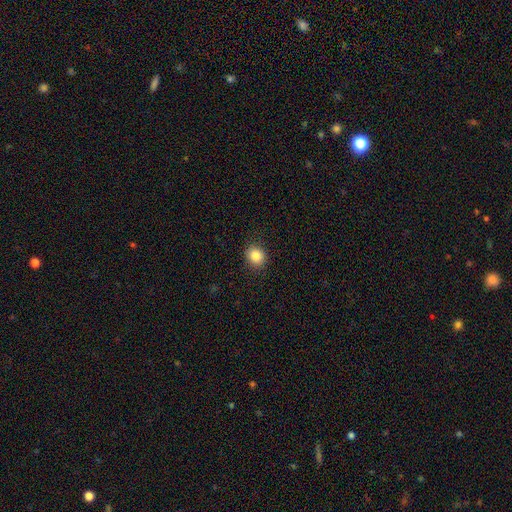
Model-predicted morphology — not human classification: smooth-or-featured: smooth: 85% | star or artifact: 10% | featured or disk: 5%
  how-rounded: round: 72% | in between: 27% | cigar-shaped: 1%
  merging: none: 89% | minor disturbance: 8% | major disturbance: 2% | merger: 1%